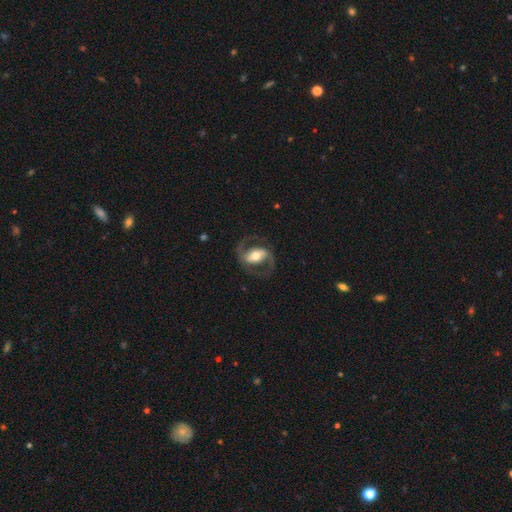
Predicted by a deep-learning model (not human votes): Q: Smooth or featured?
A: featured or disk (85%); runner-up: smooth (10%)
Q: Edge-on disk?
A: no (96%); runner-up: yes (4%)
Q: Bar?
A: strong (45%); runner-up: weak (33%)
Q: Spiral arms?
A: yes (91%); runner-up: no (9%)
Q: Spiral winding?
A: medium (57%); runner-up: loose (26%)
Q: Spiral arm count?
A: 2 (92%); runner-up: can't tell (3%)
Q: Bulge size?
A: moderate (65%); runner-up: large (19%)
Q: Merging?
A: none (79%); runner-up: minor disturbance (11%)